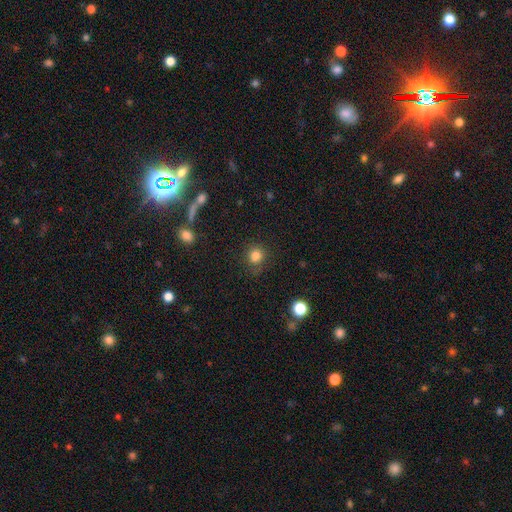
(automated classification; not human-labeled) Q: Smooth or featured?
A: smooth (82%); runner-up: star or artifact (13%)
Q: How rounded?
A: round (83%); runner-up: in between (16%)
Q: Merging?
A: none (76%); runner-up: minor disturbance (15%)